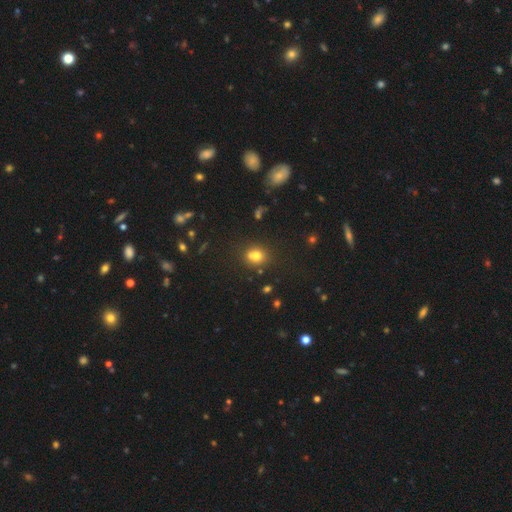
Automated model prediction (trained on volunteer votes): Q: Smooth or featured?
A: smooth (72%); runner-up: star or artifact (17%)
Q: How rounded?
A: round (64%); runner-up: in between (35%)
Q: Merging?
A: none (57%); runner-up: merger (26%)